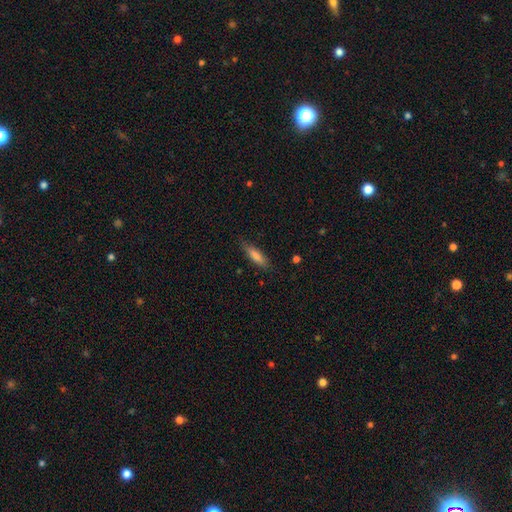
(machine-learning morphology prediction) A smooth galaxy with no disk features (76%) that is cigar-shaped (68%). Merging: none (80%).